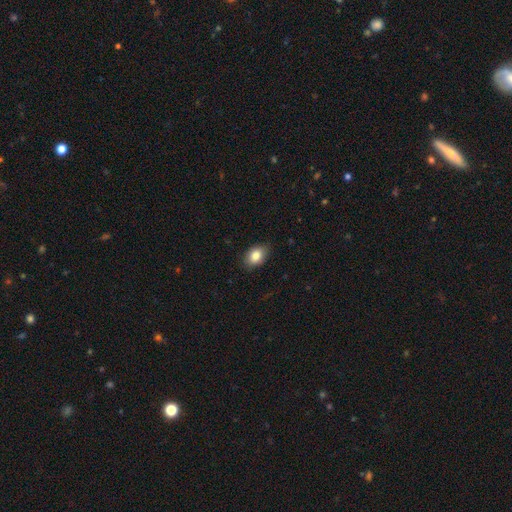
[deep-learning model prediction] A smooth galaxy with no disk features (83%) that is in between round and cigar-shaped (84%).

Vote fractions:
- Smooth or featured? smooth: 83% / featured or disk: 9% / star or artifact: 8%
- How rounded? in between: 84% / round: 15% / cigar-shaped: 1%
- Merging? none: 84% / minor disturbance: 12% / major disturbance: 2% / merger: 1%